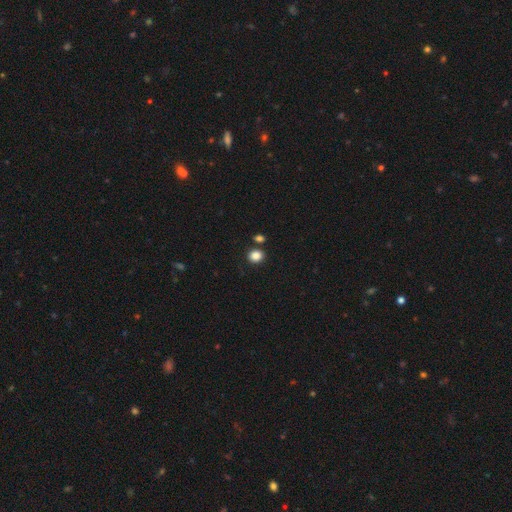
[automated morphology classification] smooth_or_featured: smooth (p=0.86) [alt: star or artifact p=0.10]
how_rounded: round (p=0.69) [alt: in between p=0.31]
merging: none (p=0.80) [alt: merger p=0.09]